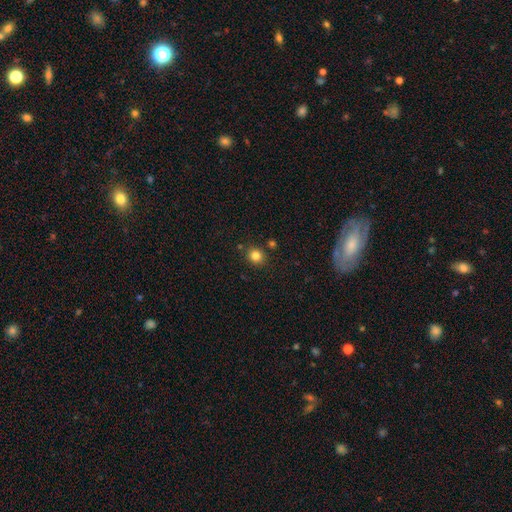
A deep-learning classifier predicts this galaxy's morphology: Smooth or featured? smooth (81%)
How rounded? round (83%)
Merging? none (85%)